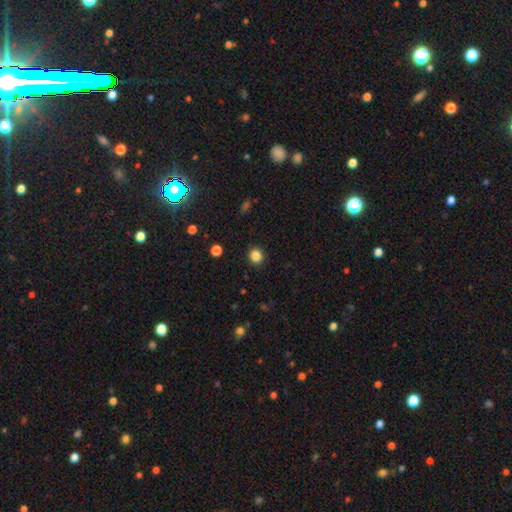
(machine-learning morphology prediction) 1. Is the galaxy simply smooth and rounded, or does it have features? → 85% smooth, 12% star or artifact, 3% featured or disk.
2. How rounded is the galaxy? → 83% round, 16% in between, 1% cigar-shaped.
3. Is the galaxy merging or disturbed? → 91% none, 6% minor disturbance, 2% major disturbance, 1% merger.